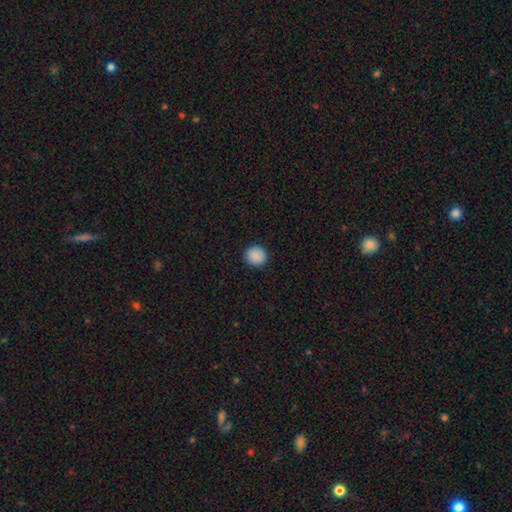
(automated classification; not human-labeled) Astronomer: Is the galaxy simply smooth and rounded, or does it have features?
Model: smooth — 90%.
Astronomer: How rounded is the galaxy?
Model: round — 90%.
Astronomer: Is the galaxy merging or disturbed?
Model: none — 92%.